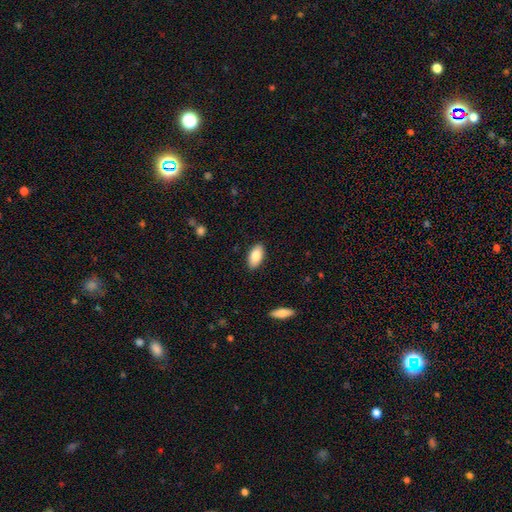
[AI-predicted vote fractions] smooth-or-featured: smooth: 85% | featured or disk: 8% | star or artifact: 6%
  how-rounded: in between: 93% | cigar-shaped: 4% | round: 3%
  merging: none: 89% | minor disturbance: 9% | major disturbance: 2% | merger: 1%